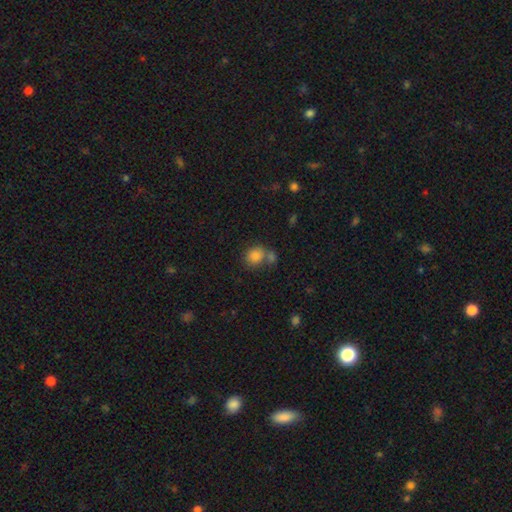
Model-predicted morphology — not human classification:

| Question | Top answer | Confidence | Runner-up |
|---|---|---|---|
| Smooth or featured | smooth | 81% | star or artifact (11%) |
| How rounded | round | 77% | in between (22%) |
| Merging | none | 57% | merger (28%) |